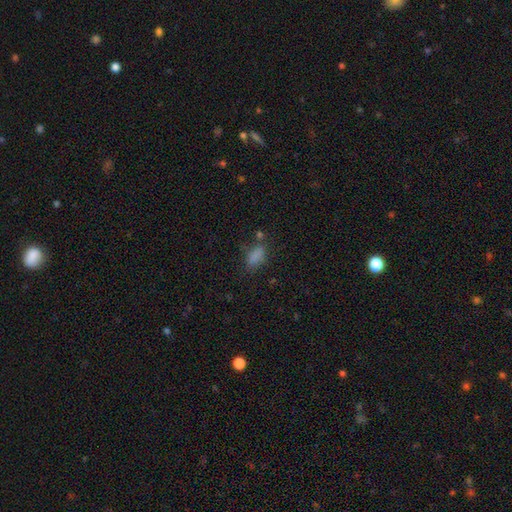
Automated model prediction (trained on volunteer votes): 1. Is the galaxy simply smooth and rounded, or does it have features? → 80% smooth, 13% star or artifact, 7% featured or disk.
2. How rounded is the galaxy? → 85% in between, 9% cigar-shaped, 6% round.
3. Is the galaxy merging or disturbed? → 61% none, 21% minor disturbance, 10% major disturbance, 8% merger.